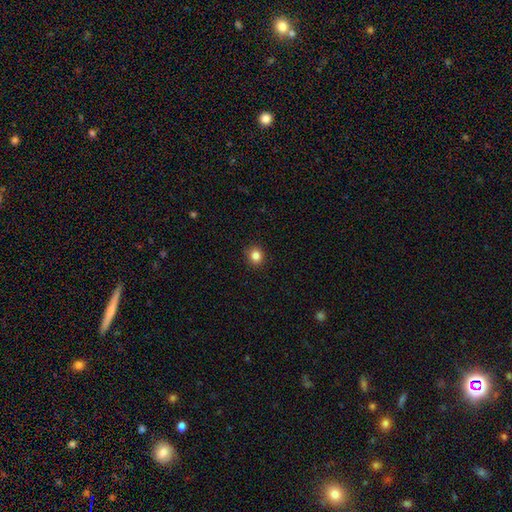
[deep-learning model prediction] smooth_or_featured: smooth (p=0.85) [alt: star or artifact p=0.11]
how_rounded: round (p=0.83) [alt: in between p=0.16]
merging: none (p=0.91) [alt: minor disturbance p=0.06]